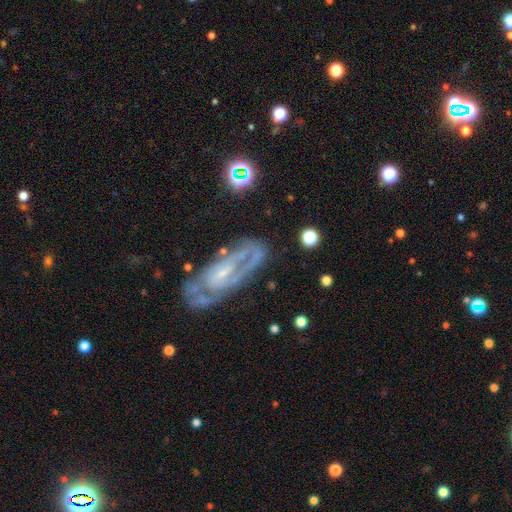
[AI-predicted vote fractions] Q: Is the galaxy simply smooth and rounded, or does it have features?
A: featured or disk — 68%.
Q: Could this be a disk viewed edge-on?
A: no — 92%.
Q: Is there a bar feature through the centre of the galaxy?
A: no — 45%.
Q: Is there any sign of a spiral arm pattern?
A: yes — 78%.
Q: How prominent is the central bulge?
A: small — 50%.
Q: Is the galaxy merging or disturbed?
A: none — 55%.